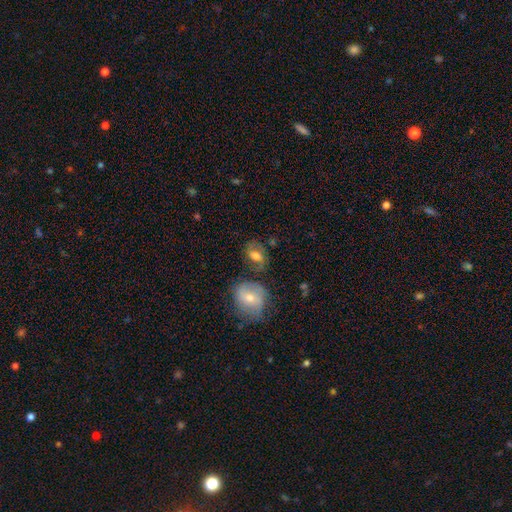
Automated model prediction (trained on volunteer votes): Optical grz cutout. It shows a smooth galaxy with no disk features (49%). Merging: none (60%).